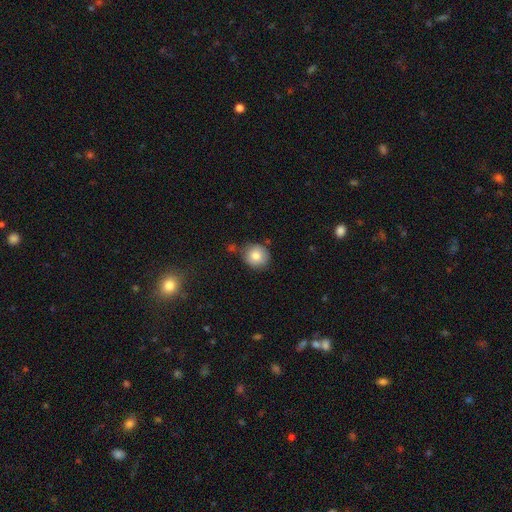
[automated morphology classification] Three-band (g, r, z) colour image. It shows a smooth galaxy with no disk features (82%) that is round (88%). Merging: none (76%).